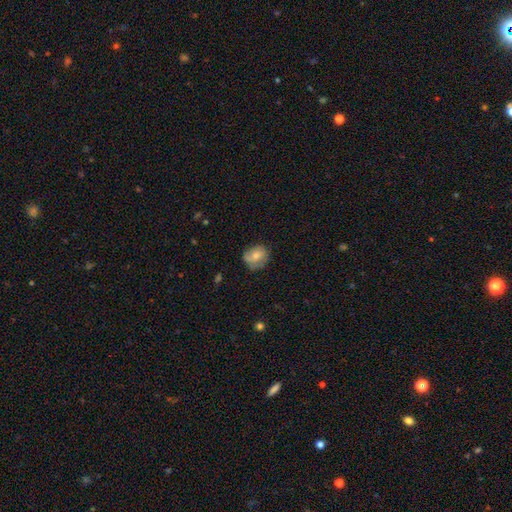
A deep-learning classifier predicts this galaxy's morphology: smooth_or_featured: smooth (p=0.55) [alt: featured or disk p=0.35]
how_rounded: round (p=0.62) [alt: in between p=0.37]
merging: none (p=0.67) [alt: minor disturbance p=0.25]